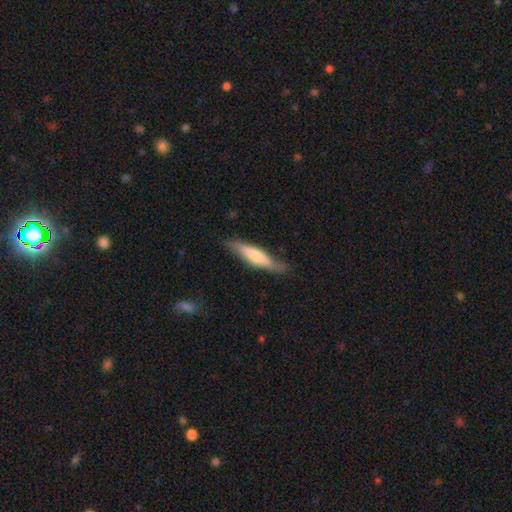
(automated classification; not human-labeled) The model was most divided on "smooth or featured": smooth: 52%, featured or disk: 43%, star or artifact: 6%. More confident: merging — none (77%); how rounded — cigar-shaped (77%).